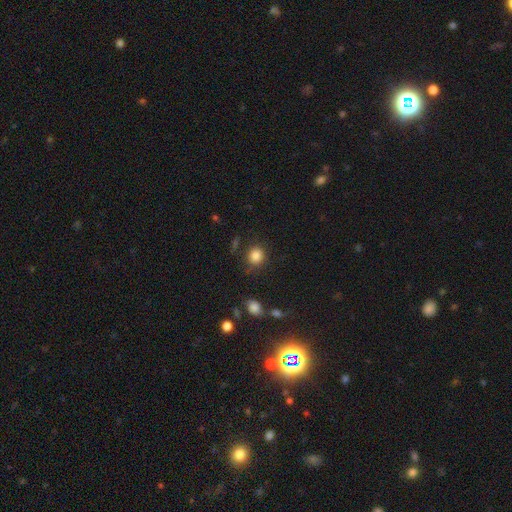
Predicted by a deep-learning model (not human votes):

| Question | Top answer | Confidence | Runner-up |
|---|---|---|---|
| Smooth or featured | smooth | 85% | star or artifact (11%) |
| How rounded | round | 83% | in between (16%) |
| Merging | none | 81% | minor disturbance (11%) |